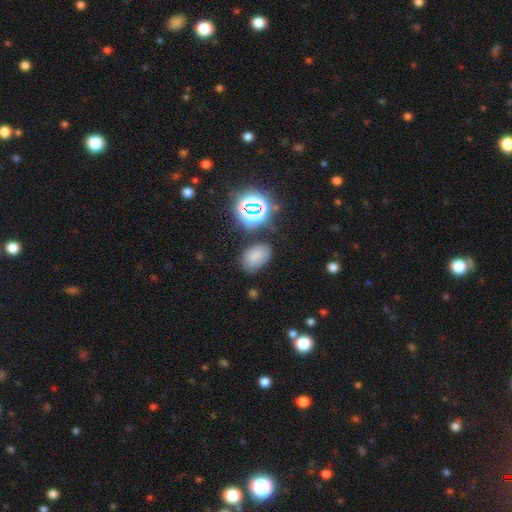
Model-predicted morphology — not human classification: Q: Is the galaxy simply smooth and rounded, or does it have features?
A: smooth — 69%.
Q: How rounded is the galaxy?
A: in between — 85%.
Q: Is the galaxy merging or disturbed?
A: none — 75%.